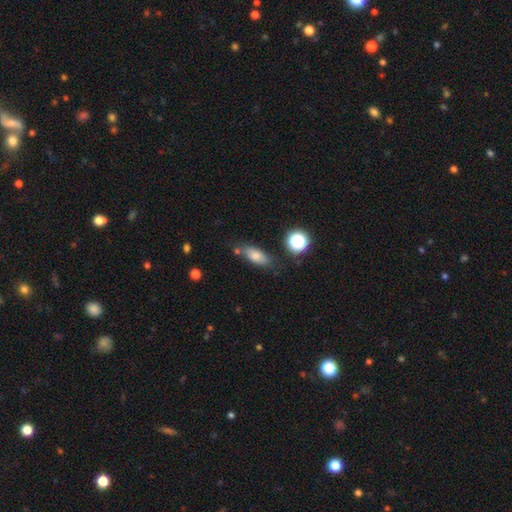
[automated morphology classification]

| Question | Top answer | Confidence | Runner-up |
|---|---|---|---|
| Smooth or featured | smooth | 78% | featured or disk (12%) |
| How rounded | in between | 76% | cigar-shaped (18%) |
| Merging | none | 67% | minor disturbance (18%) |